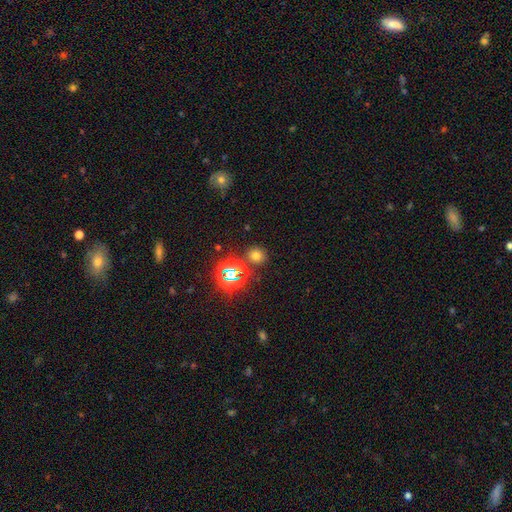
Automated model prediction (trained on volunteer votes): smooth_or_featured: smooth (p=0.64) [alt: star or artifact p=0.29]
how_rounded: round (p=0.84) [alt: in between p=0.15]
merging: none (p=0.82) [alt: minor disturbance p=0.08]